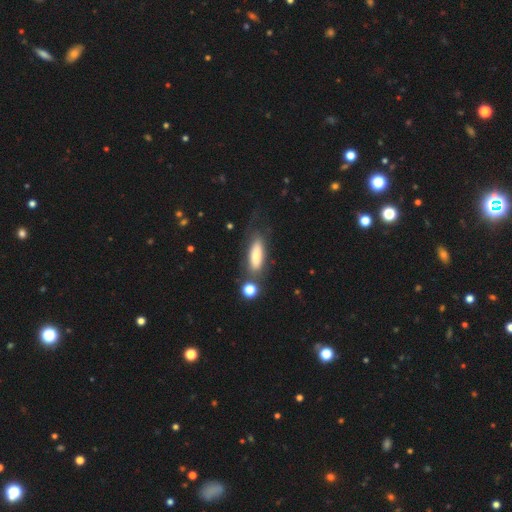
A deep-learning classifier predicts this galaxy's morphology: Smooth or featured? Predicted: smooth (p=0.70). How rounded? Predicted: in between (p=0.56). Merging? Predicted: none (p=0.61).